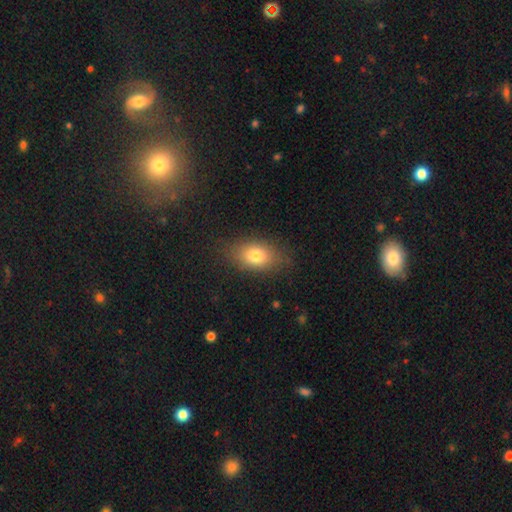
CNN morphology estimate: type=smooth (78%); roundness=in between (80%); merging=none (82%).